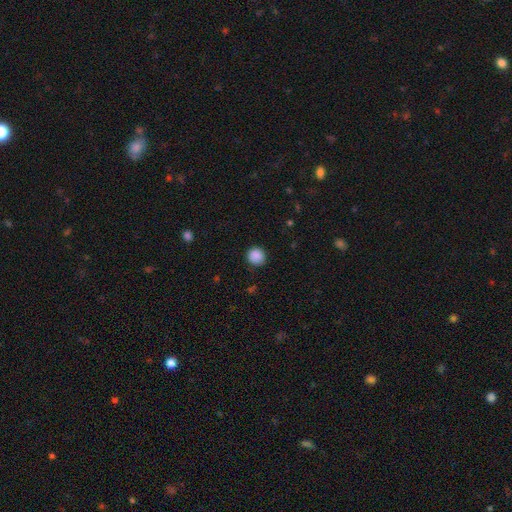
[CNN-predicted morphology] A smooth galaxy with no disk features (88%) that is round (91%). Merging: none (88%).